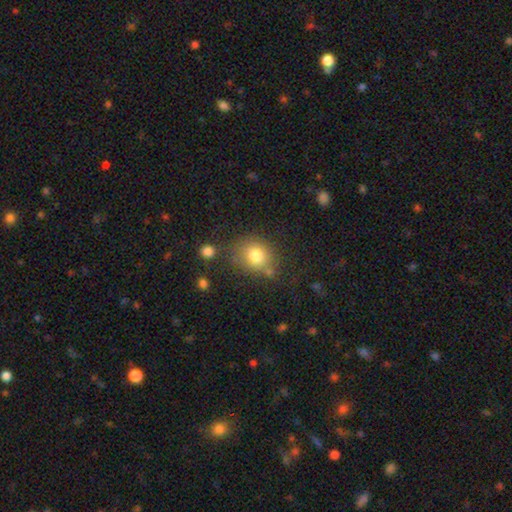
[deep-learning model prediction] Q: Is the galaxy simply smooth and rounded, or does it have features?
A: smooth — 79%.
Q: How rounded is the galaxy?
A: round — 68%.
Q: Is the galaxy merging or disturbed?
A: none — 67%.